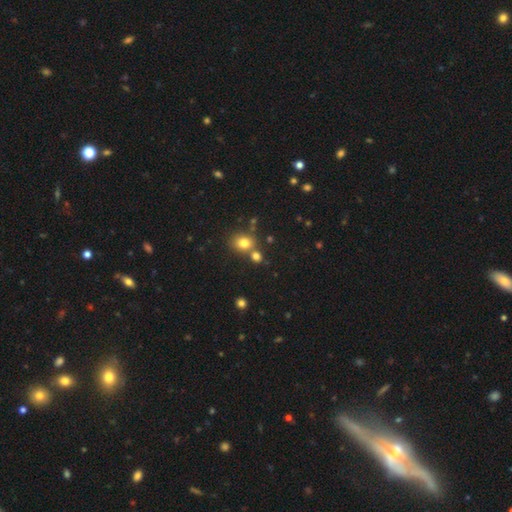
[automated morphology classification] A smooth galaxy with no disk features (75%) that is round (68%). Merging: none (60%).